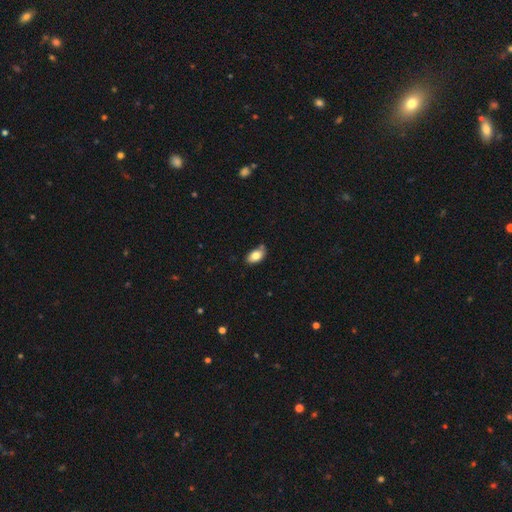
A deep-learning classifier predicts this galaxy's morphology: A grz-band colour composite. It shows a smooth galaxy with no disk features (79%) that is in between round and cigar-shaped (93%). Merging: none (74%).